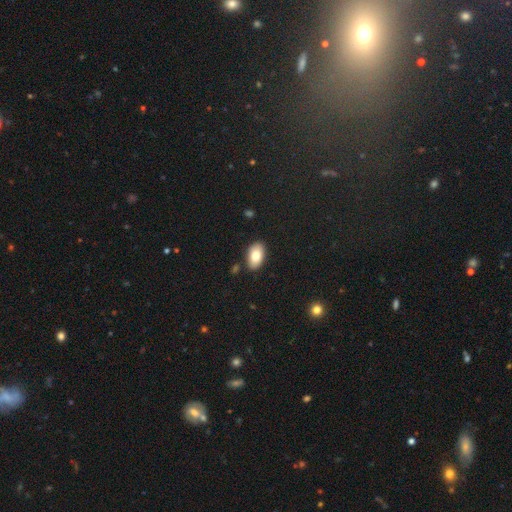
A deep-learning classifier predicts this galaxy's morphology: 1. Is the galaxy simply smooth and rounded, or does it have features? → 81% smooth, 12% featured or disk, 7% star or artifact.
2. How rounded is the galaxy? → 93% in between, 5% round, 1% cigar-shaped.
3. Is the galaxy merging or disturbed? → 85% none, 11% minor disturbance, 2% merger, 2% major disturbance.